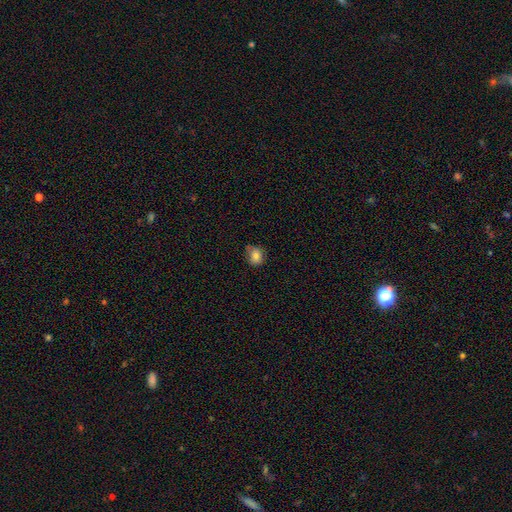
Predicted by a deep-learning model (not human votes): This is clearly a smooth galaxy (80%). How rounded: likely round (63%). Merging: likely none (61%).